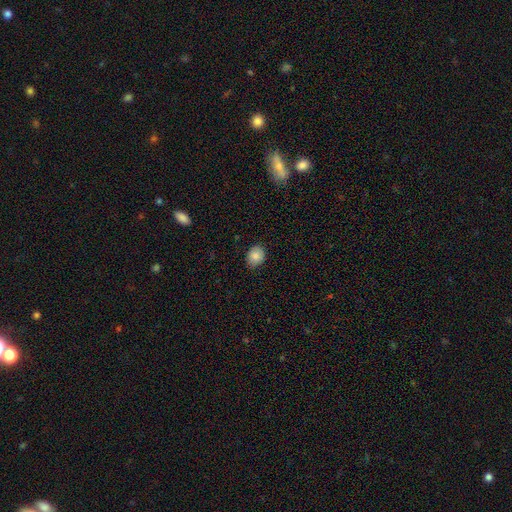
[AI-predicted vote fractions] smooth 85%, star or artifact 8%, featured or disk 6%. Down the decision tree: how rounded — in between (52%); merging — none (83%).